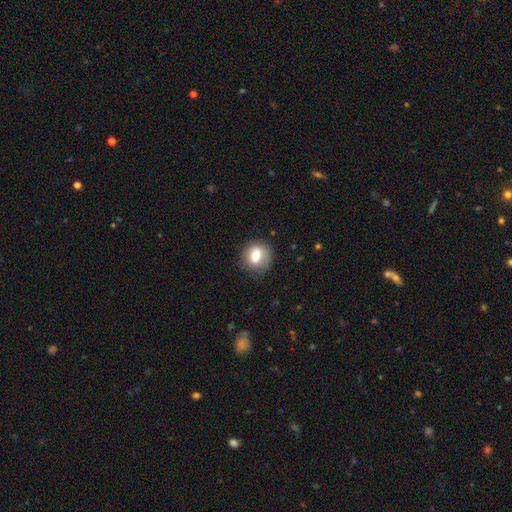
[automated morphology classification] This is likely a smooth galaxy (74%). How rounded: likely round (63%). Merging: likely none (72%).